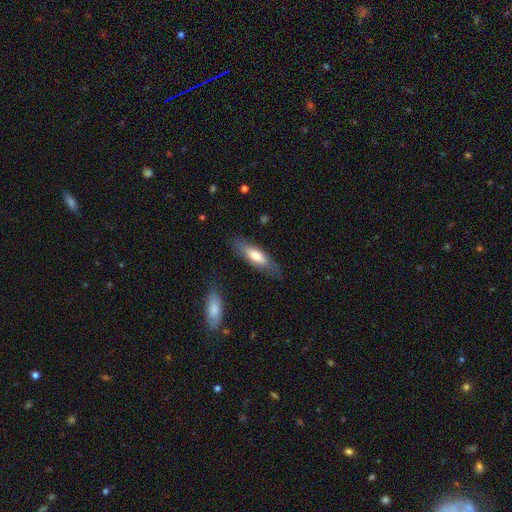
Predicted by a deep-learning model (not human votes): Smooth or featured? Predicted: smooth (p=0.67). How rounded? Predicted: cigar-shaped (p=0.52). Merging? Predicted: none (p=0.78).